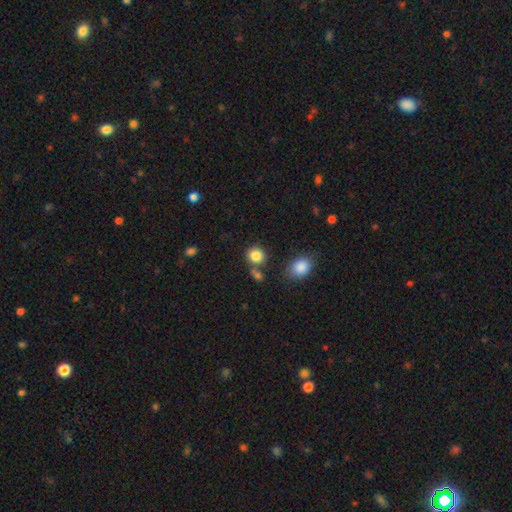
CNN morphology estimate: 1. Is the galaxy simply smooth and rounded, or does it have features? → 84% smooth, 10% star or artifact, 5% featured or disk.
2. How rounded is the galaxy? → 84% round, 15% in between, 1% cigar-shaped.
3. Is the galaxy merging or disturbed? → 70% none, 16% merger, 11% minor disturbance, 4% major disturbance.